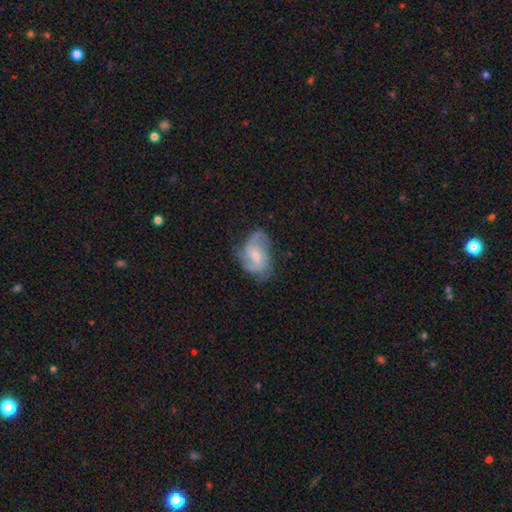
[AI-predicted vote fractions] smooth-or-featured: featured or disk: 72% | smooth: 22% | star or artifact: 6%
  disk-edge-on: no: 97% | yes: 3%
    bar: no: 49% | weak: 42% | strong: 9%
    has-spiral-arms: yes: 89% | no: 11%
      spiral-winding: medium: 48% | loose: 28% | tight: 24%
      spiral-arm-count: 2: 46% | 3: 23% | can't tell: 19% | 4: 4% | 1: 4% | more than 4: 3%
    bulge-size: small: 51% | moderate: 43% | none: 3% | large: 2% | dominant: 1%
  merging: none: 58% | minor disturbance: 27% | major disturbance: 14% | merger: 2%